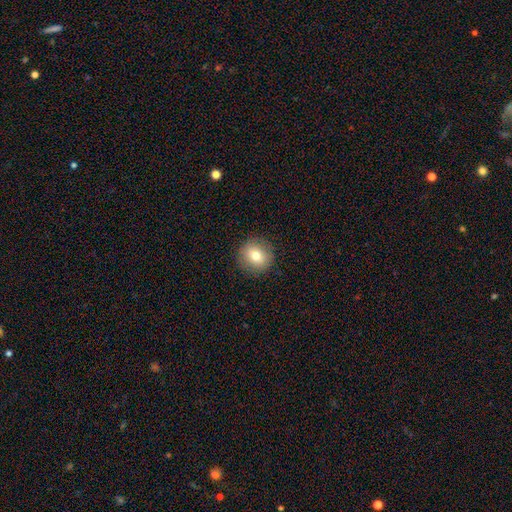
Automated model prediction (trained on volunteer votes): Smooth or featured? Predicted: smooth (p=0.76). How rounded? Predicted: round (p=0.90). Merging? Predicted: none (p=0.90).